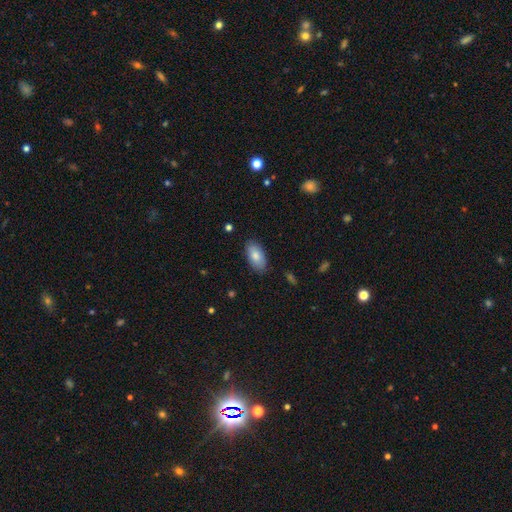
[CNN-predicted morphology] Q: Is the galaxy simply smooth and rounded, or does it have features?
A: smooth — 80%.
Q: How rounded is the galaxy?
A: in between — 94%.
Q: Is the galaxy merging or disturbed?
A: none — 86%.